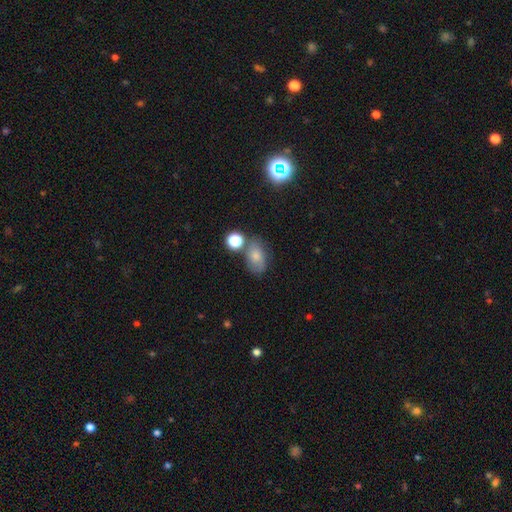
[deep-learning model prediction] smooth_or_featured: smooth (p=0.63) [alt: featured or disk p=0.23]
how_rounded: in between (p=0.78) [alt: round p=0.20]
merging: none (p=0.56) [alt: minor disturbance p=0.22]